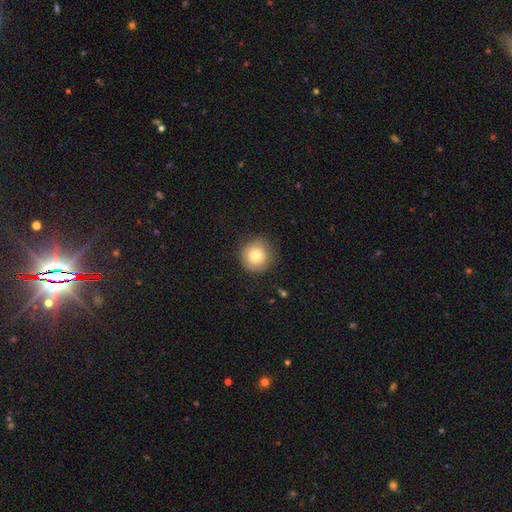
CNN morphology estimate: Smooth or featured: smooth — 78% (featured or disk — 14%)
How rounded: round — 94% (in between — 5%)
Merging: none — 84% (minor disturbance — 11%)